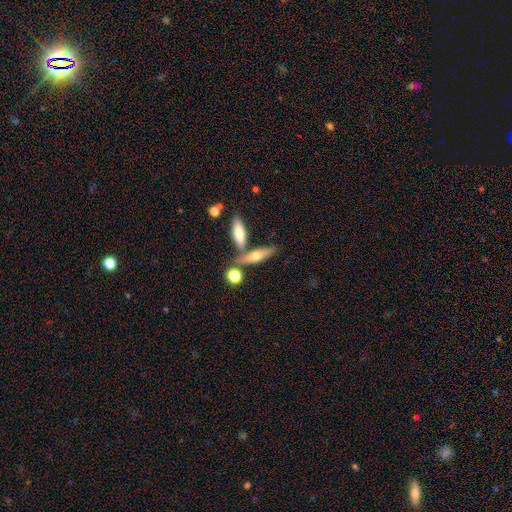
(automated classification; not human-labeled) A smooth galaxy with no disk features (53%) that is cigar-shaped (65%). Merging: none (58%).